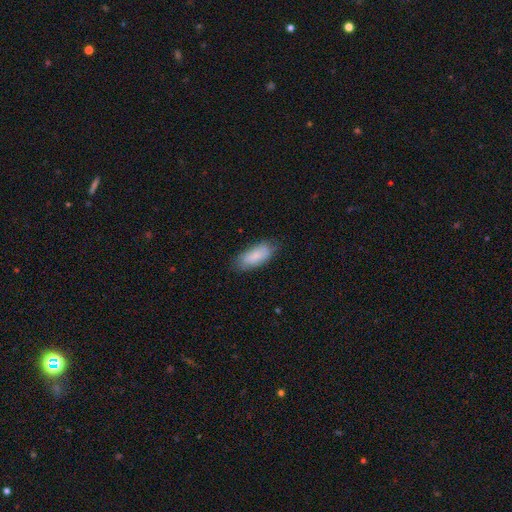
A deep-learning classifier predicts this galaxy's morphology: smooth 82%, featured or disk 12%, star or artifact 6%. Down the decision tree: how rounded — in between (84%); merging — none (73%).